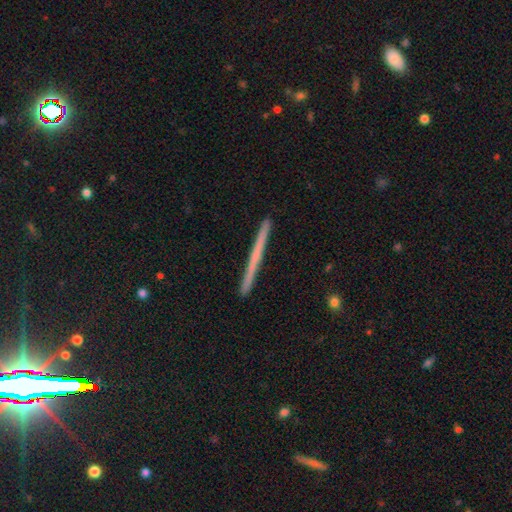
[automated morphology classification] Smooth or featured?
  - featured or disk: 50% *
  - smooth: 43%
  - star or artifact: 7%
Merging?
  - none: 93% *
  - minor disturbance: 5%
  - major disturbance: 1%
  - merger: 1%